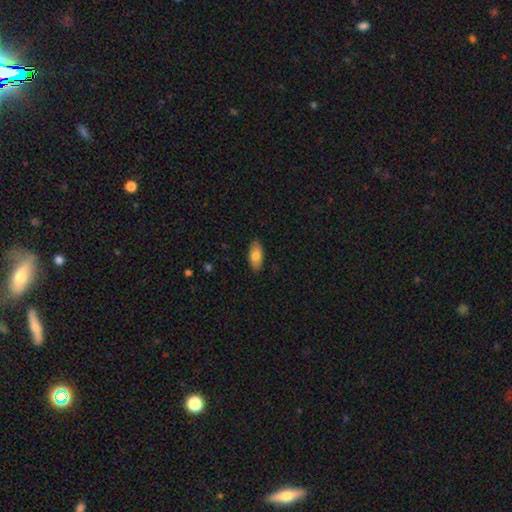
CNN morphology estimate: A smooth galaxy with no disk features (79%) that is in between round and cigar-shaped (89%).

Vote fractions:
- Smooth or featured? smooth: 79% / featured or disk: 14% / star or artifact: 6%
- How rounded? in between: 89% / cigar-shaped: 9% / round: 3%
- Merging? none: 86% / minor disturbance: 11% / major disturbance: 2% / merger: 1%